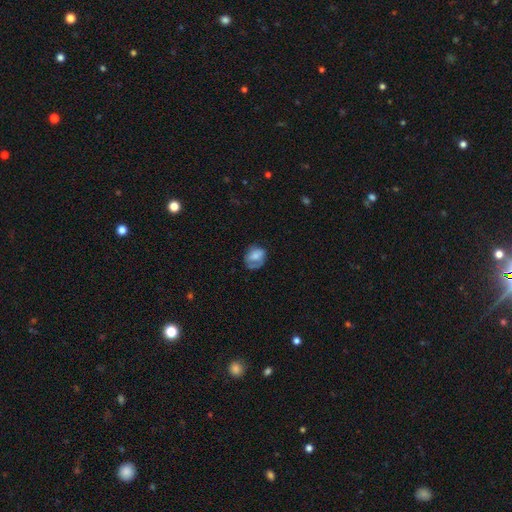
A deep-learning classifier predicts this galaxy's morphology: This appears to be a smooth galaxy with no disk features (60%) that is in between round and cigar-shaped (50%). Merging: none (47%).